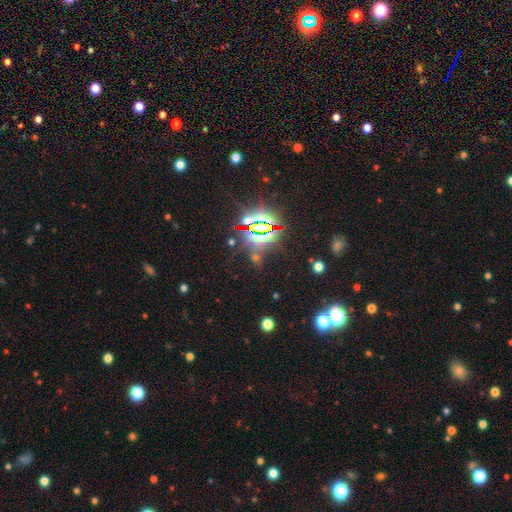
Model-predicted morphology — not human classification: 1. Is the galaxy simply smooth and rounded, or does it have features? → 80% star or artifact, 11% smooth, 9% featured or disk.